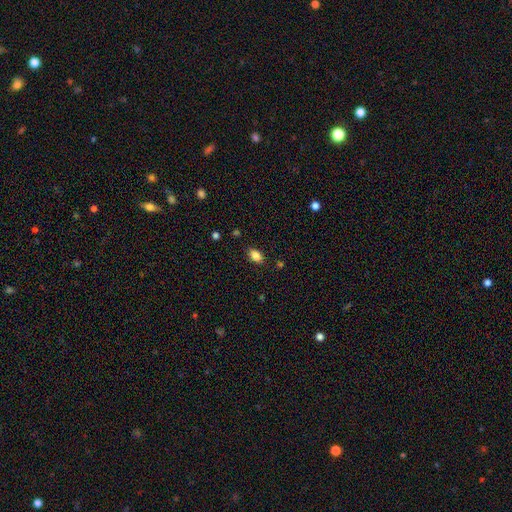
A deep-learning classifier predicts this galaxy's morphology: This appears to be a smooth galaxy with no disk features (85%) that is in between round and cigar-shaped (86%). Merging: none (85%).